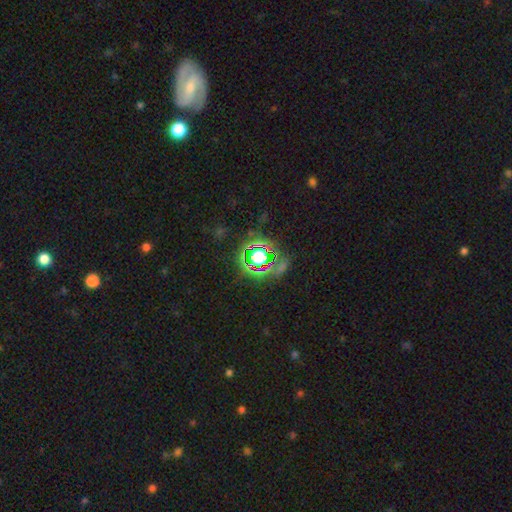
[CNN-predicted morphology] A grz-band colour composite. It shows a star or artifact, not a galaxy (65%).